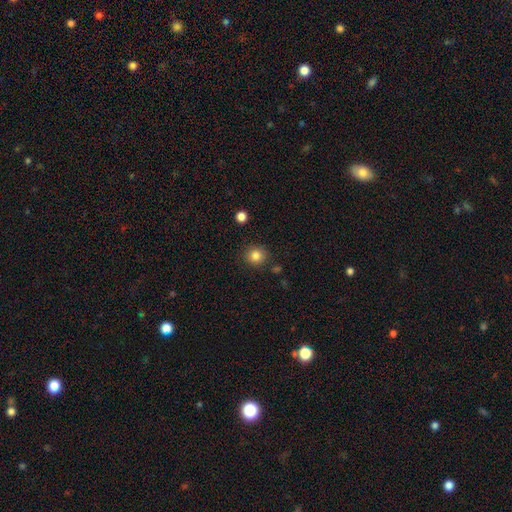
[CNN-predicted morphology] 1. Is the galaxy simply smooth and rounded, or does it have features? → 84% smooth, 11% star or artifact, 5% featured or disk.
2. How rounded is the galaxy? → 89% round, 10% in between, 1% cigar-shaped.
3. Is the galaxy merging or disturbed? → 86% none, 9% minor disturbance, 3% merger, 3% major disturbance.